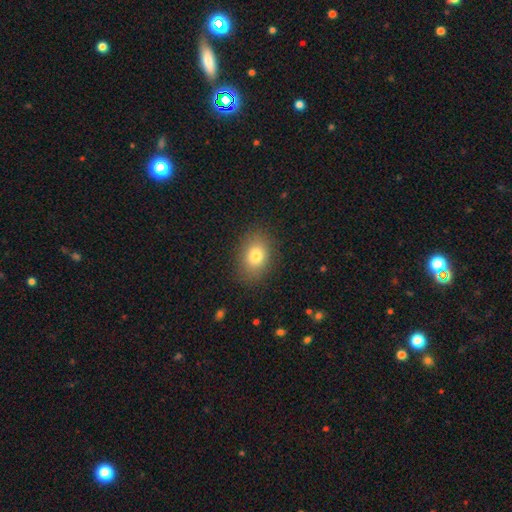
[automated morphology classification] A smooth galaxy with no disk features (80%) that is in between round and cigar-shaped (68%).

Vote fractions:
- Smooth or featured? smooth: 80% / star or artifact: 10% / featured or disk: 10%
- How rounded? in between: 68% / round: 31% / cigar-shaped: 1%
- Merging? none: 86% / minor disturbance: 10% / major disturbance: 3% / merger: 1%